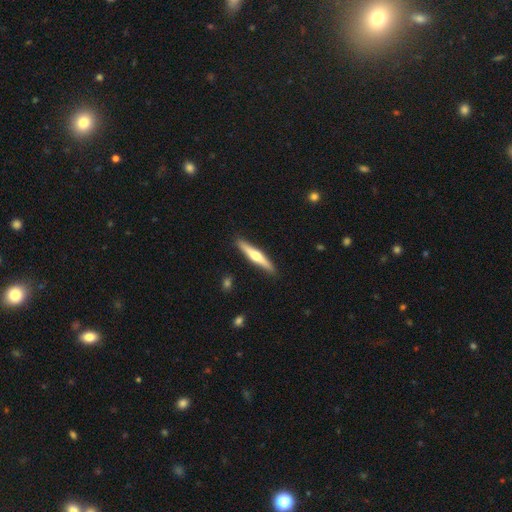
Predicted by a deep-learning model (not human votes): featured or disk 55%, smooth 40%, star or artifact 5%. Down the decision tree: edge-on disk — yes (96%); edge-on bulge — rounded (89%); merging — none (90%).